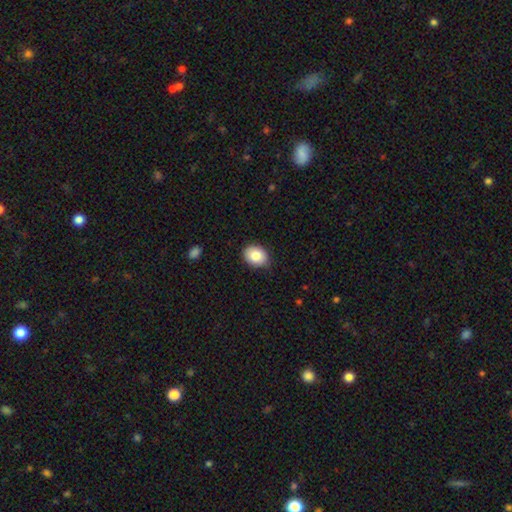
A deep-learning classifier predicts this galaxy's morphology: Smooth or featured?
  - smooth: 84% *
  - featured or disk: 8%
  - star or artifact: 8%
How rounded?
  - in between: 60% *
  - round: 39%
  - cigar-shaped: 1%
Merging?
  - none: 83% *
  - minor disturbance: 14%
  - major disturbance: 2%
  - merger: 1%